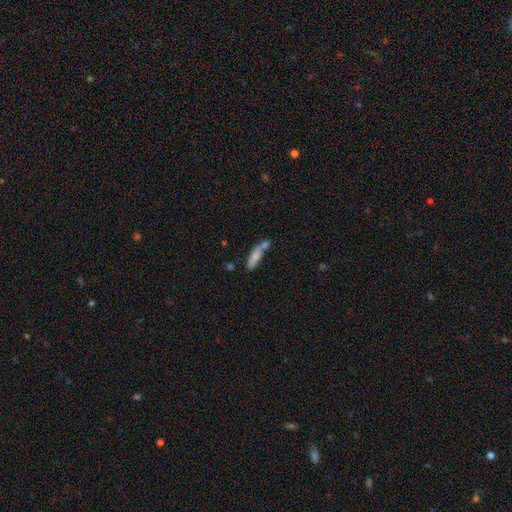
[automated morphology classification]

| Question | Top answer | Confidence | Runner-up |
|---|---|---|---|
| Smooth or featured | smooth | 72% | featured or disk (20%) |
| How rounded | cigar-shaped | 73% | in between (25%) |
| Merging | none | 47% | merger (29%) |